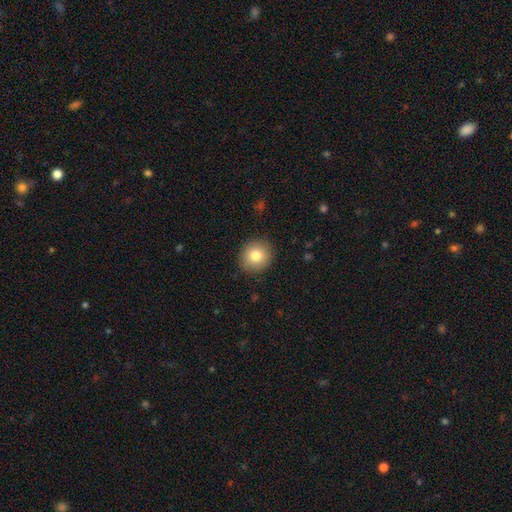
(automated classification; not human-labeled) Smooth or featured? Predicted: smooth (p=0.81). How rounded? Predicted: round (p=0.89). Merging? Predicted: none (p=0.90).